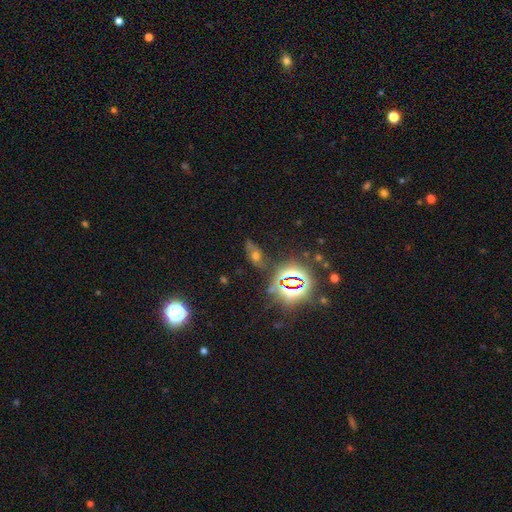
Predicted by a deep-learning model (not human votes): Q: Smooth or featured?
A: star or artifact (43%); runner-up: smooth (34%)